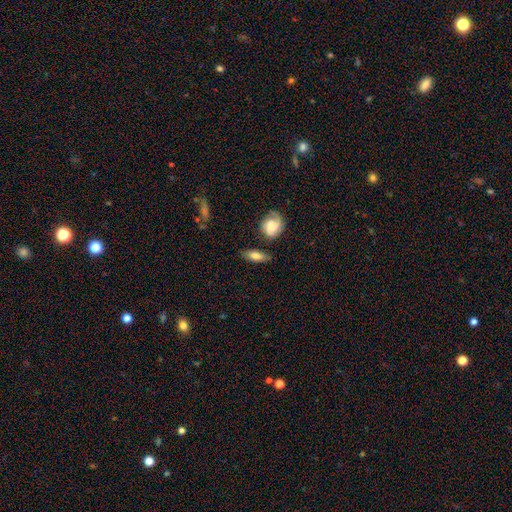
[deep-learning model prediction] Morphology: type=smooth (73%); roundness=in between (72%); merging=none (72%).